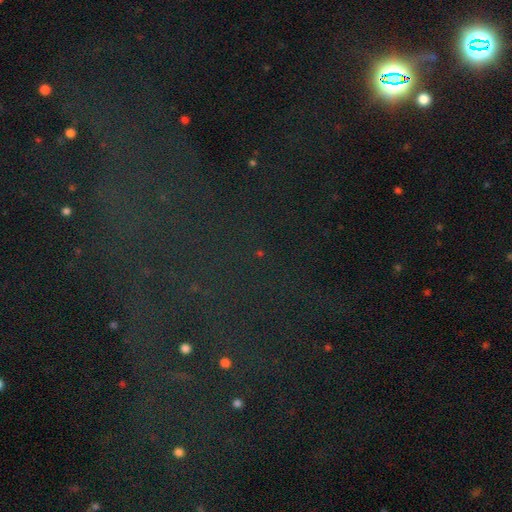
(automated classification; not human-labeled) Morphology: type=star or artifact (78%).